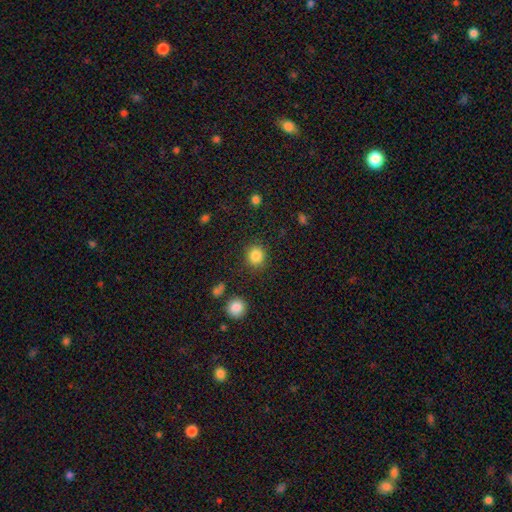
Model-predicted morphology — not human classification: Q: Smooth or featured?
A: smooth (85%); runner-up: star or artifact (11%)
Q: How rounded?
A: round (85%); runner-up: in between (14%)
Q: Merging?
A: none (85%); runner-up: minor disturbance (9%)